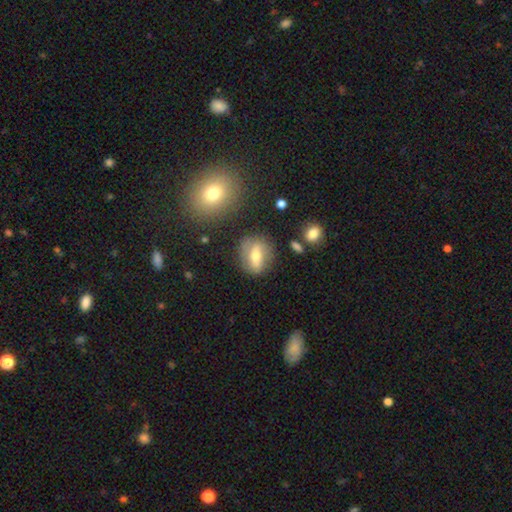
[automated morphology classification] smooth-or-featured: featured or disk: 47% | smooth: 44% | star or artifact: 9%
  merging: none: 76% | minor disturbance: 15% | major disturbance: 6% | merger: 4%